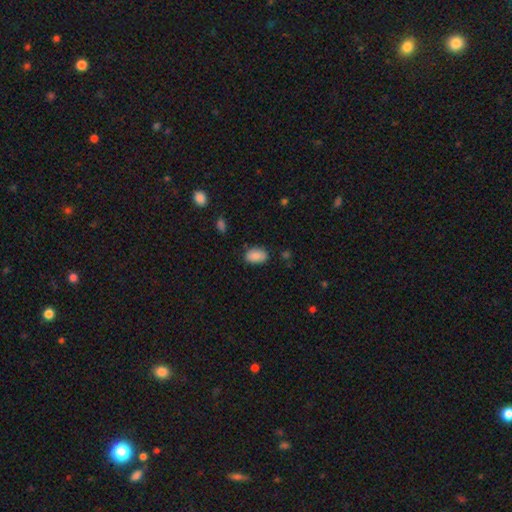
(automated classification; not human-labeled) Smooth or featured? Predicted: smooth (p=0.88). How rounded? Predicted: in between (p=0.89). Merging? Predicted: none (p=0.78).